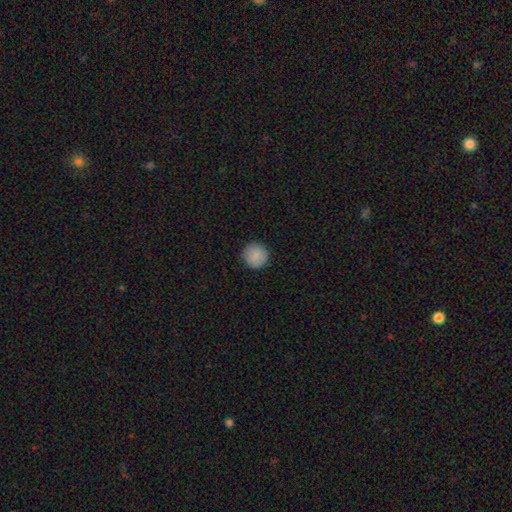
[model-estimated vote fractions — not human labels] smooth 88%, star or artifact 8%, featured or disk 4%. Down the decision tree: how rounded — round (96%); merging — none (92%).